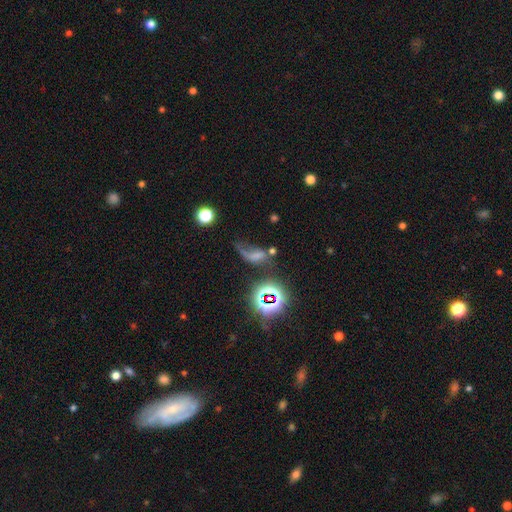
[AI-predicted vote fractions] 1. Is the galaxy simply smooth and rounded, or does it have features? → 36% smooth, 35% featured or disk, 28% star or artifact.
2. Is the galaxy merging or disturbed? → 37% major disturbance, 29% none, 19% minor disturbance, 15% merger.